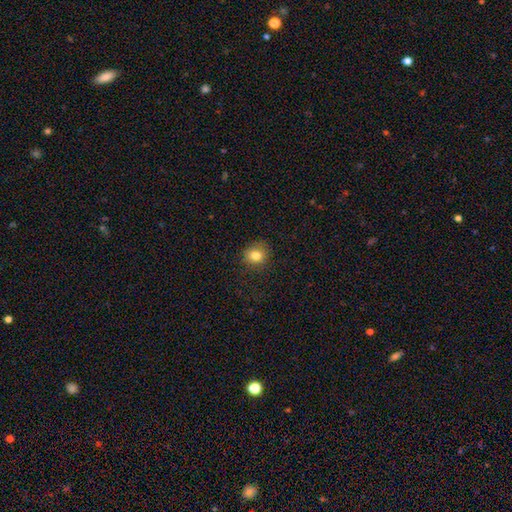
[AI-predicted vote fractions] The model was most divided on "how rounded": round: 75%, in between: 24%, cigar-shaped: 1%. More confident: merging — none (84%); smooth or featured — smooth (81%).